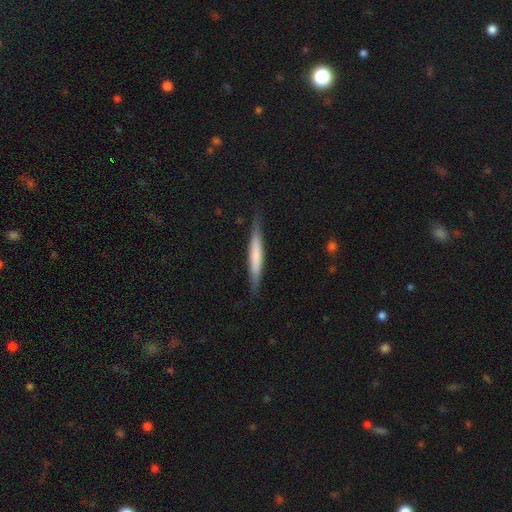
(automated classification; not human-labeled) Smooth or featured?
  - smooth: 57% *
  - featured or disk: 37%
  - star or artifact: 5%
How rounded?
  - cigar-shaped: 95% *
  - in between: 4%
  - round: 1%
Merging?
  - none: 85% *
  - minor disturbance: 12%
  - major disturbance: 2%
  - merger: 1%